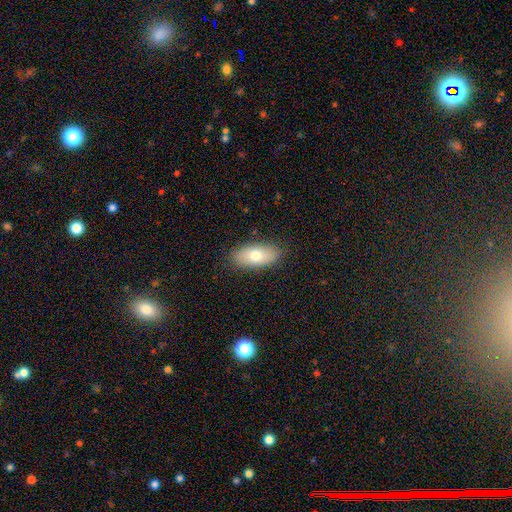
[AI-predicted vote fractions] A smooth galaxy with no disk features (73%) that is in between round and cigar-shaped (89%).

Vote fractions:
- Smooth or featured? smooth: 73% / featured or disk: 19% / star or artifact: 7%
- How rounded? in between: 89% / cigar-shaped: 7% / round: 4%
- Merging? none: 86% / minor disturbance: 10% / major disturbance: 2% / merger: 1%